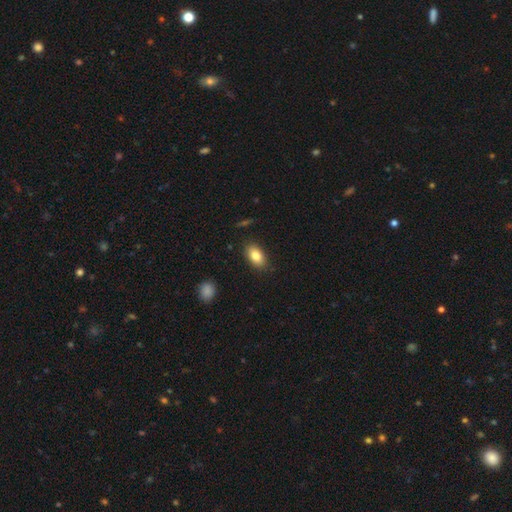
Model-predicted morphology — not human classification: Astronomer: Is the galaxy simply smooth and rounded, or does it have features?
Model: smooth — 83%.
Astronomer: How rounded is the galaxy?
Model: in between — 91%.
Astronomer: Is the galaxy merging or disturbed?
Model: none — 86%.